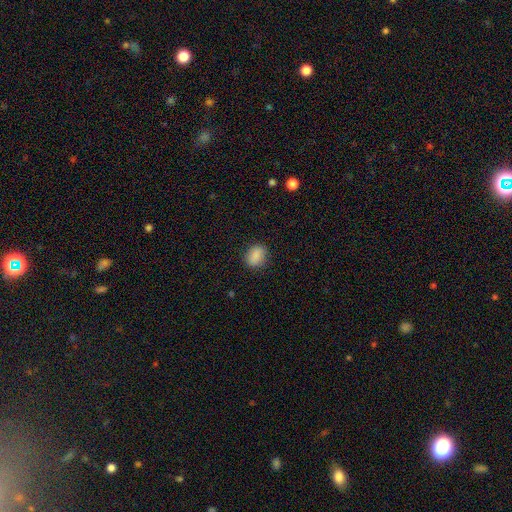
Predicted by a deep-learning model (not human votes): Overall: smooth (88%). How rounded: in between (55%; round 43%). Merging: none (85%).